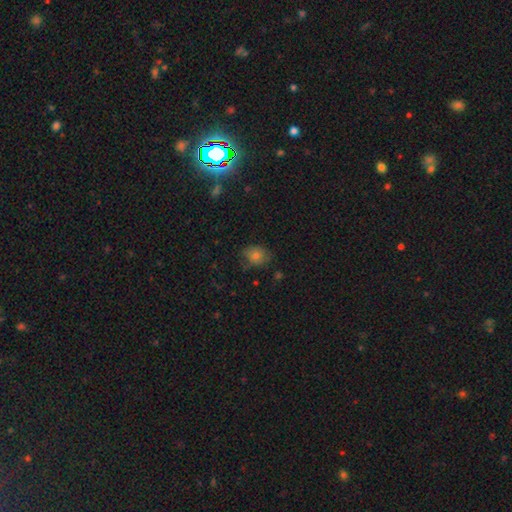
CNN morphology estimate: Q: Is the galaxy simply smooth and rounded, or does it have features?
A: smooth — 66%.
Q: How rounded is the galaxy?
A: round — 54%.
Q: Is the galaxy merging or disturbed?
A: none — 71%.